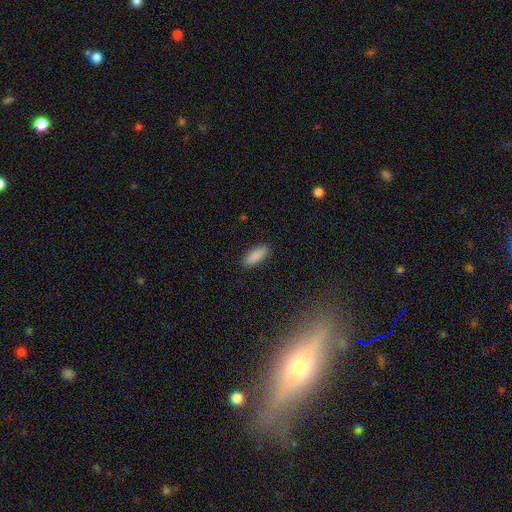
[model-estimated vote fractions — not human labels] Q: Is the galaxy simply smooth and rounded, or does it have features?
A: smooth — 89%.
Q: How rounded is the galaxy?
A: in between — 73%.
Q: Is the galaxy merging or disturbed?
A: none — 89%.